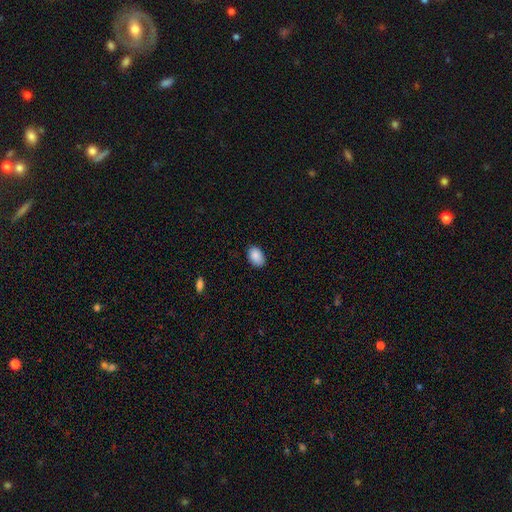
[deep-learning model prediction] smooth 89%, star or artifact 7%, featured or disk 4%. Down the decision tree: how rounded — in between (88%); merging — none (85%).